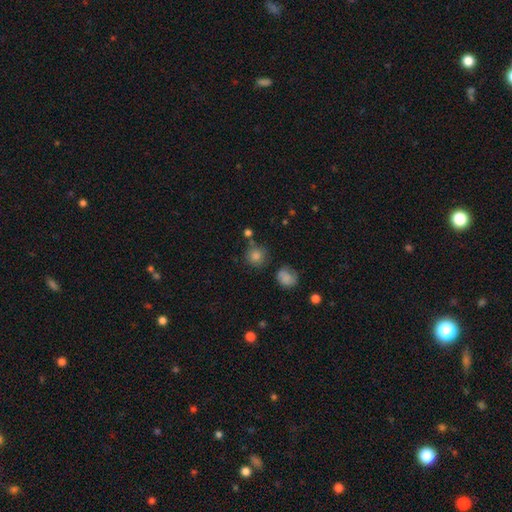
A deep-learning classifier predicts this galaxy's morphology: This appears to be a smooth galaxy with no disk features (79%) that is round (90%). Merging: none (73%).